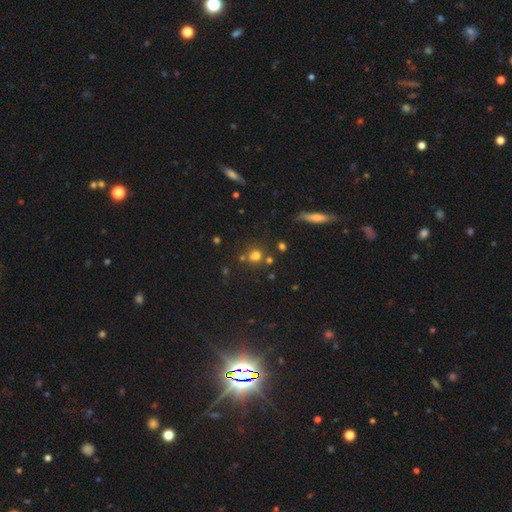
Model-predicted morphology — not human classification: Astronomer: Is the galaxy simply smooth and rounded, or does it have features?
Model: smooth — 67%.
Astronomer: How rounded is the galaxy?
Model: round — 79%.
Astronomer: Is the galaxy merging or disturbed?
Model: none — 65%.